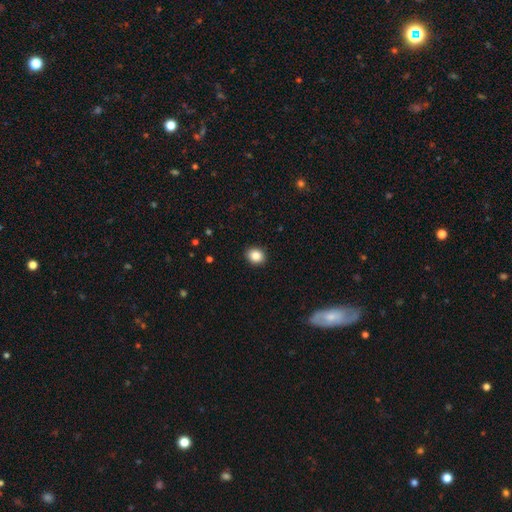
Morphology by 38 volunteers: This is clearly a smooth galaxy (87%). How rounded: likely round (61%). Merging: clearly none (91%).